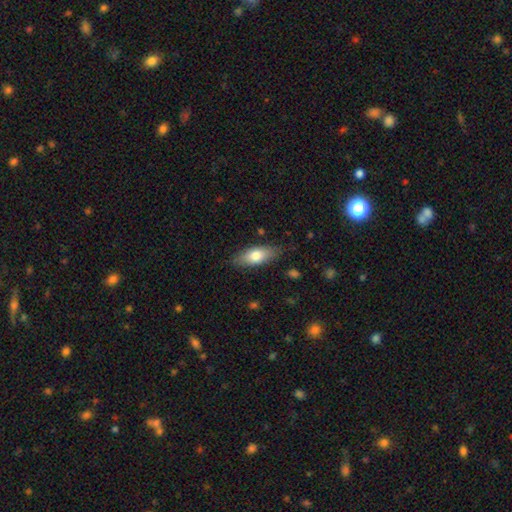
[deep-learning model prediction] Smooth or featured?
  - smooth: 73% *
  - featured or disk: 20%
  - star or artifact: 6%
How rounded?
  - in between: 76% *
  - cigar-shaped: 21%
  - round: 3%
Merging?
  - none: 82% *
  - minor disturbance: 14%
  - major disturbance: 3%
  - merger: 1%